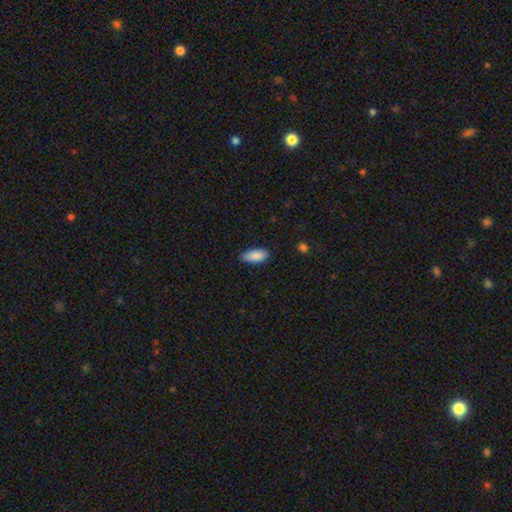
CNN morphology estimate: Smooth or featured? smooth (89%)
How rounded? in between (85%)
Merging? none (74%)